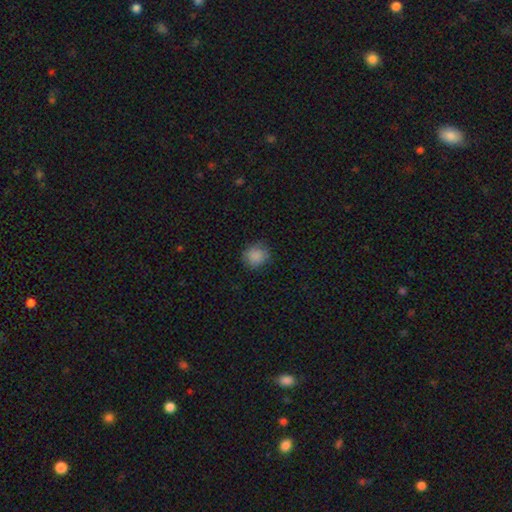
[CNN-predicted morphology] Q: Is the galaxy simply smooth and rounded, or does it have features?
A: smooth — 87%.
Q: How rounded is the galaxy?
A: round — 83%.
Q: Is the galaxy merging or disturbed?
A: none — 85%.